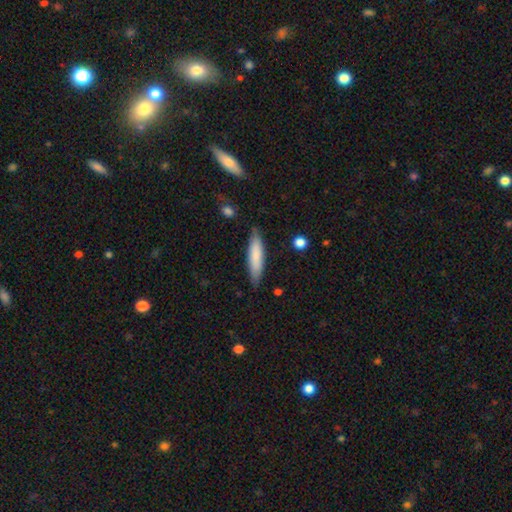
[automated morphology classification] Overall: smooth (79%). How rounded: cigar-shaped (80%). Merging: none (84%).